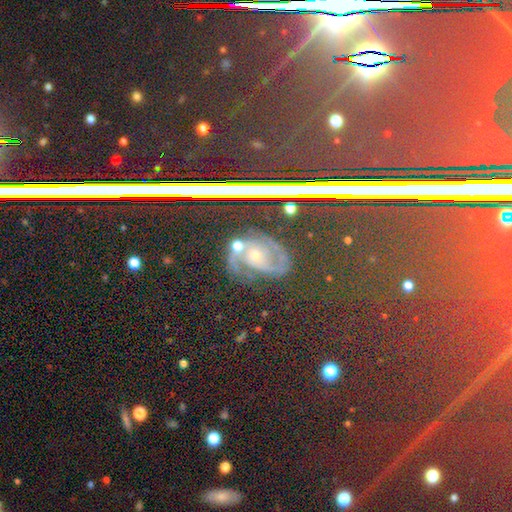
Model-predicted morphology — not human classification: star or artifact 57%, featured or disk 26%, smooth 16%.